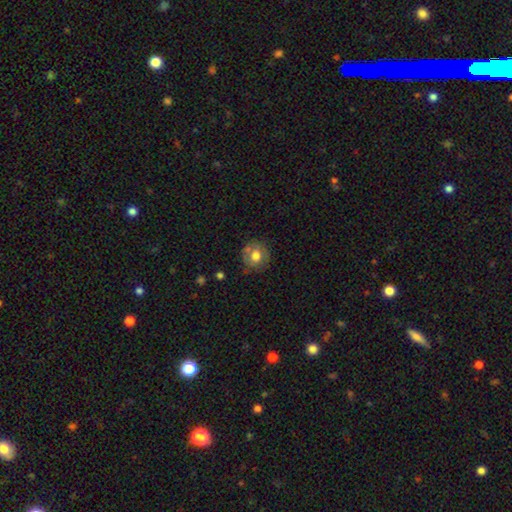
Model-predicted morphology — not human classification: A smooth galaxy with no disk features (63%) that is round (81%). Merging: none (74%).